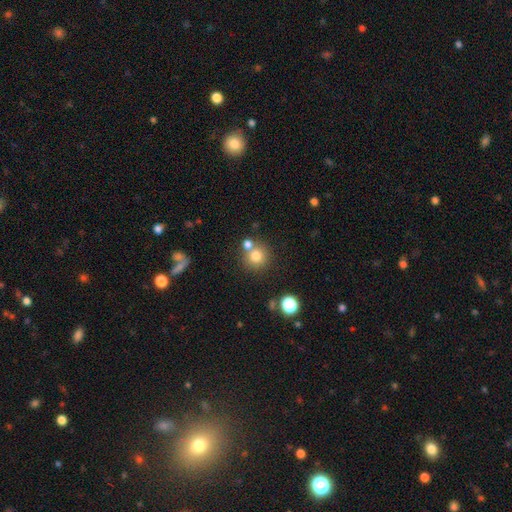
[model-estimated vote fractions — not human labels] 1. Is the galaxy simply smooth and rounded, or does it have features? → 76% smooth, 14% star or artifact, 10% featured or disk.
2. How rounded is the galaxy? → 92% round, 7% in between, 1% cigar-shaped.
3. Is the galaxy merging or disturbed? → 66% none, 23% merger, 8% minor disturbance, 3% major disturbance.